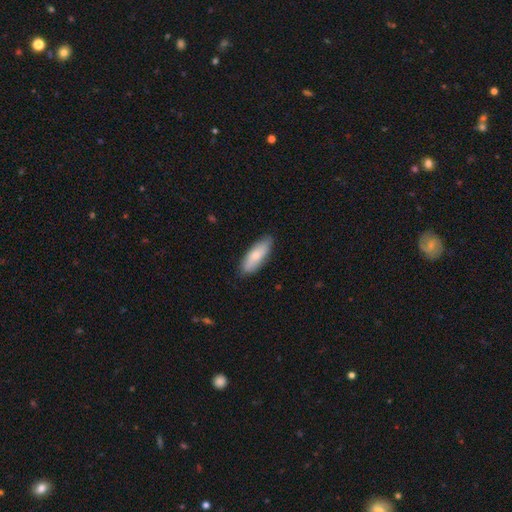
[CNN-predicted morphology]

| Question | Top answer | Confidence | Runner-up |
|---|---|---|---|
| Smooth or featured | smooth | 75% | featured or disk (19%) |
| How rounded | in between | 67% | cigar-shaped (31%) |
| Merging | none | 83% | minor disturbance (14%) |